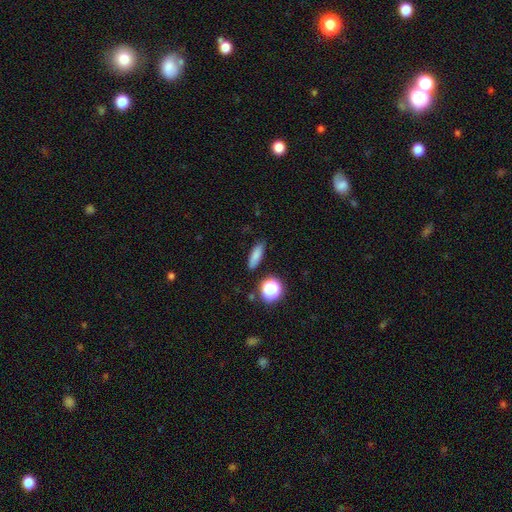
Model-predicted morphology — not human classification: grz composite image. It shows a smooth galaxy with no disk features (80%) that is in between round and cigar-shaped (49%). Merging: none (85%).